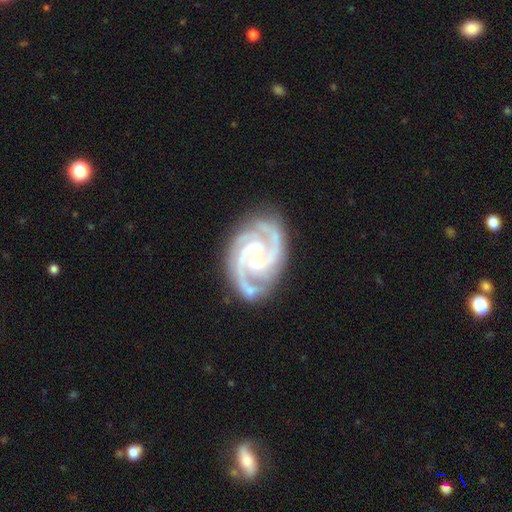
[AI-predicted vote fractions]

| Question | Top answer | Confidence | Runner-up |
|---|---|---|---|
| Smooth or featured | featured or disk | 94% | star or artifact (4%) |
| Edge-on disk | no | 98% | yes (2%) |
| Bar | no | 44% | weak (38%) |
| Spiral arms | yes | 99% | no (1%) |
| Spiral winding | tight | 52% | medium (44%) |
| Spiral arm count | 2 | 48% | 3 (37%) |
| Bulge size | small | 70% | moderate (26%) |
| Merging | none | 77% | minor disturbance (16%) |